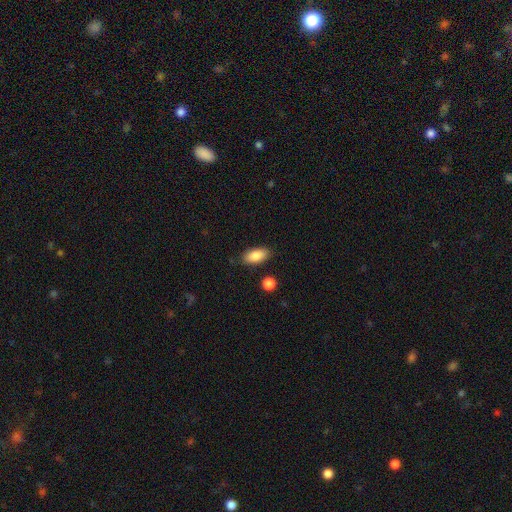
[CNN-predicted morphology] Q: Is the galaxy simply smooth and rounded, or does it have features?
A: smooth — 85%.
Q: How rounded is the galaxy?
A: in between — 90%.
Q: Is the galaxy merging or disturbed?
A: none — 83%.